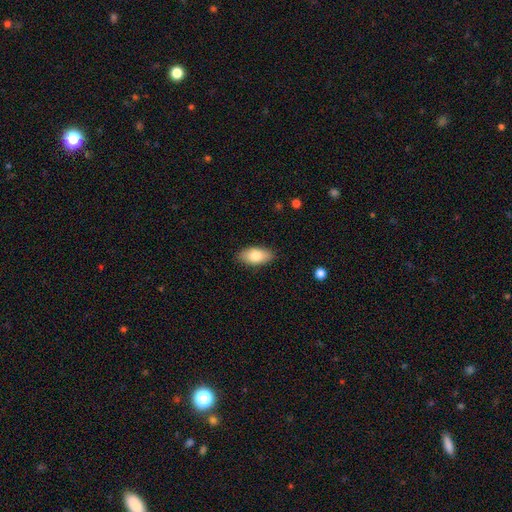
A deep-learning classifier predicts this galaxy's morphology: Smooth or featured? smooth (81%)
How rounded? in between (91%)
Merging? none (87%)